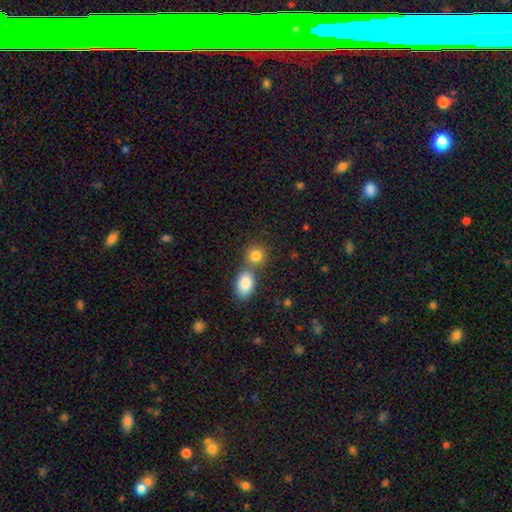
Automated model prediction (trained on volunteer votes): A smooth galaxy with no disk features (83%) that is round (73%).

Vote fractions:
- Smooth or featured? smooth: 83% / star or artifact: 10% / featured or disk: 7%
- How rounded? round: 73% / in between: 26% / cigar-shaped: 1%
- Merging? none: 48% / merger: 41% / minor disturbance: 7% / major disturbance: 3%